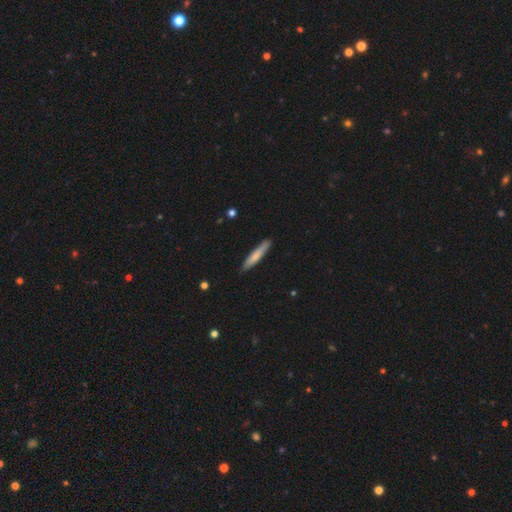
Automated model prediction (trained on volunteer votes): The model was most divided on "smooth or featured": smooth: 72%, featured or disk: 22%, star or artifact: 5%. More confident: how rounded — cigar-shaped (91%); merging — none (87%).